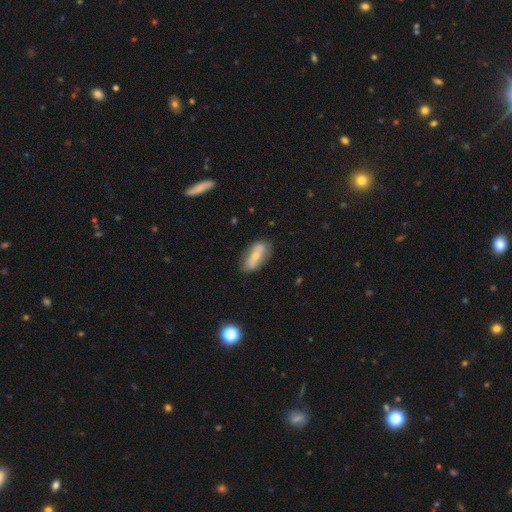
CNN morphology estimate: Smooth or featured? Predicted: smooth (p=0.48). Merging? Predicted: none (p=0.74).